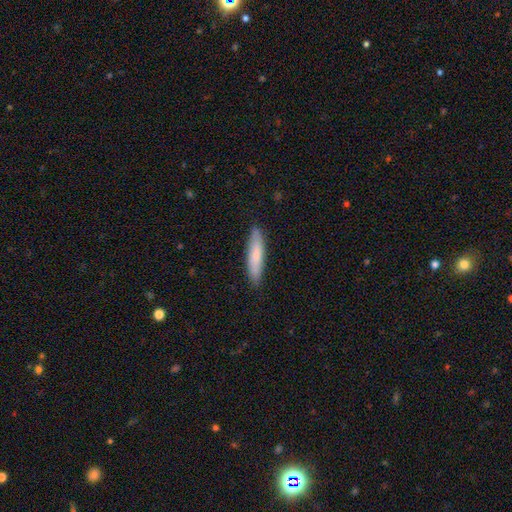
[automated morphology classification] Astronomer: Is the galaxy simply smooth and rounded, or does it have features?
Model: smooth — 78%.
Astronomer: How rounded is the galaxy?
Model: cigar-shaped — 83%.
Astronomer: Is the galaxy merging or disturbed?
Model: none — 87%.